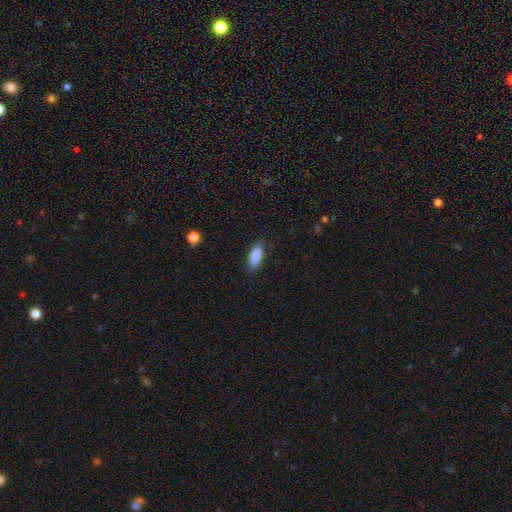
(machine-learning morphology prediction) Smooth or featured? Predicted: smooth (p=0.84). How rounded? Predicted: in between (p=0.75). Merging? Predicted: none (p=0.81).